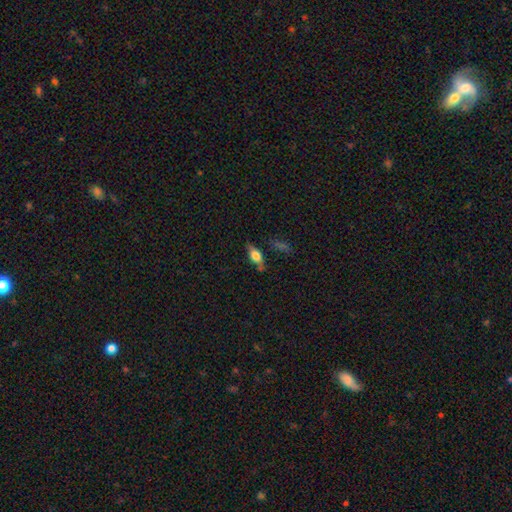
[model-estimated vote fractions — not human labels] smooth-or-featured: smooth: 62% | featured or disk: 29% | star or artifact: 9%
  how-rounded: in between: 73% | cigar-shaped: 21% | round: 6%
  merging: none: 64% | minor disturbance: 23% | major disturbance: 8% | merger: 5%